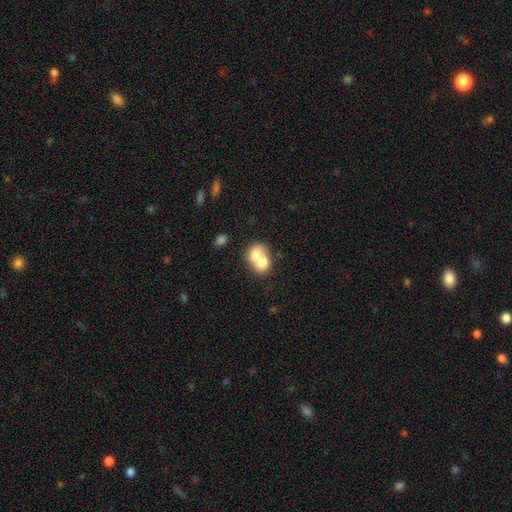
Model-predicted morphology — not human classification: This is likely a smooth galaxy (68%). How rounded: possibly round (53%). Merging: likely merger (75%).